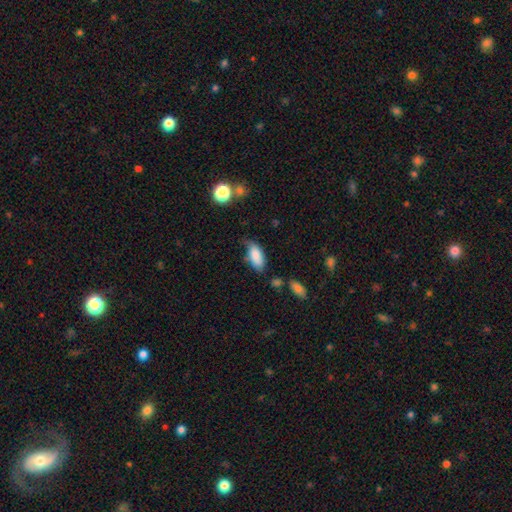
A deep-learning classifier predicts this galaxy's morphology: A smooth galaxy with no disk features (82%) that is in between round and cigar-shaped (89%). Merging: none (48%).